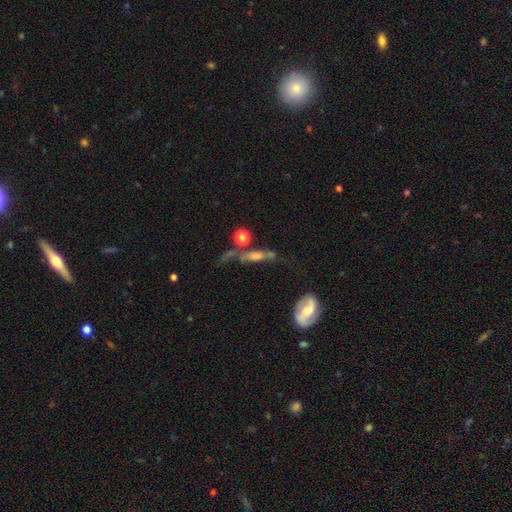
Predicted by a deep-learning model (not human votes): smooth_or_featured: featured or disk (p=0.54) [alt: smooth p=0.30]
disk_edge_on: yes (p=0.53) [alt: no p=0.47]
merging: none (p=0.43) [alt: major disturbance p=0.22]